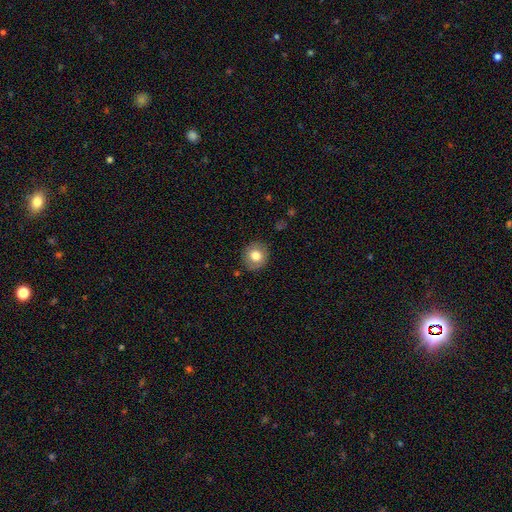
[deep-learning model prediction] smooth 76%, featured or disk 15%, star or artifact 9%. Down the decision tree: how rounded — round (88%); merging — none (86%).